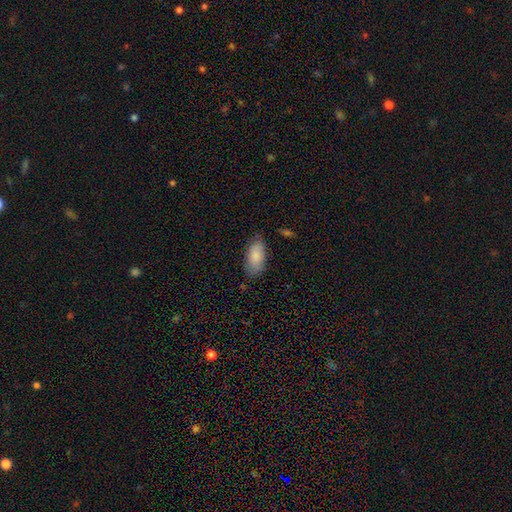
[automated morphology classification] type=smooth (85%); roundness=in between (92%); merging=none (73%).